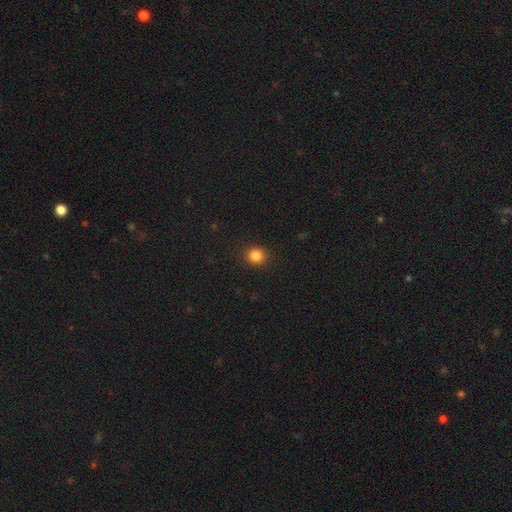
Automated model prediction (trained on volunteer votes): This appears to be a smooth galaxy with no disk features (84%) that is round (87%). Merging: none (91%).